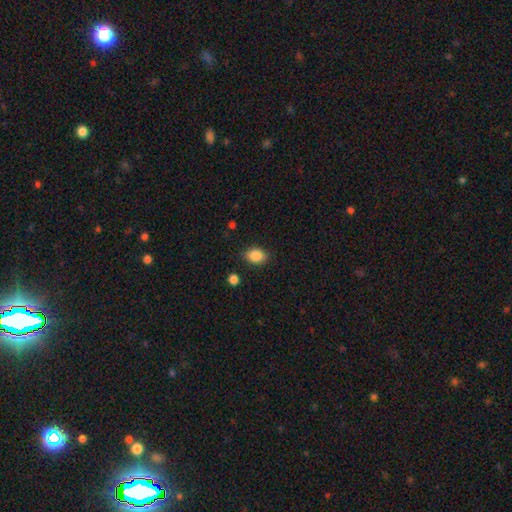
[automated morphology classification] type=smooth (86%); roundness=in between (70%); merging=none (81%).